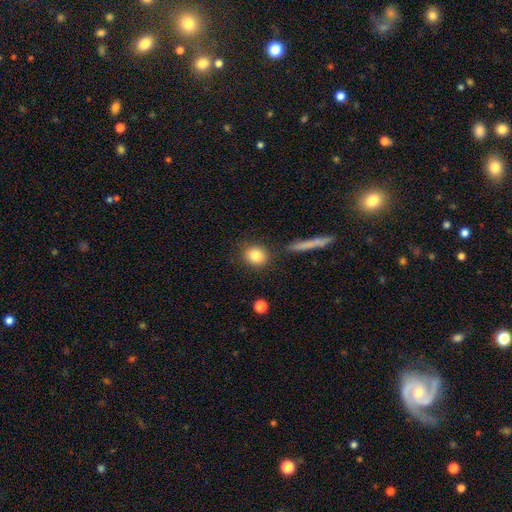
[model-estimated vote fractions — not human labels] Smooth or featured? smooth (85%)
How rounded? round (72%)
Merging? none (83%)